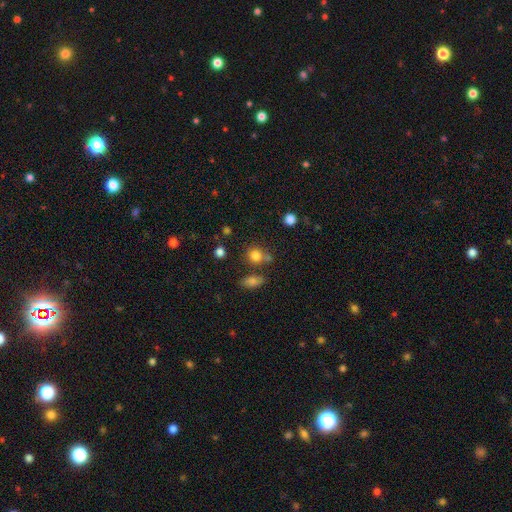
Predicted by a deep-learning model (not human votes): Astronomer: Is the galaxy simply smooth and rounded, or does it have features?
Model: smooth — 80%.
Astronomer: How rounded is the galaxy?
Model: round — 73%.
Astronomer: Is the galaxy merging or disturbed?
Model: none — 64%.